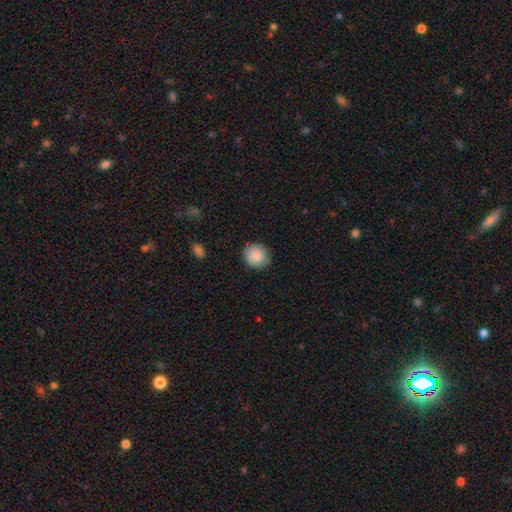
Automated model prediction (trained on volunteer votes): Overall: smooth (84%). How rounded: round (86%). Merging: none (84%).